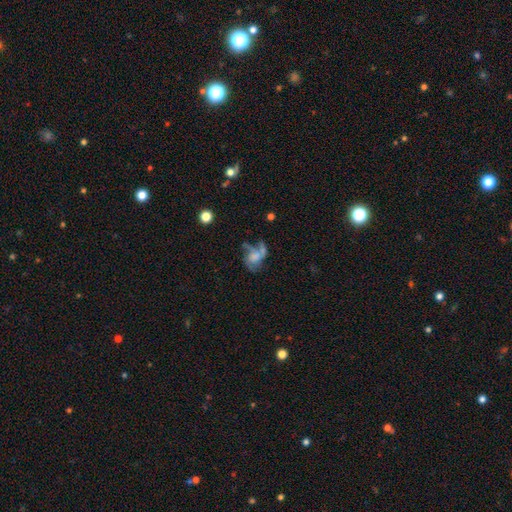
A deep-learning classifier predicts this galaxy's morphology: This appears to be a featured or disk galaxy (59%) with no bar (75%), spiral arms (68%) and no central bulge (39%). Merging: major disturbance (33%).